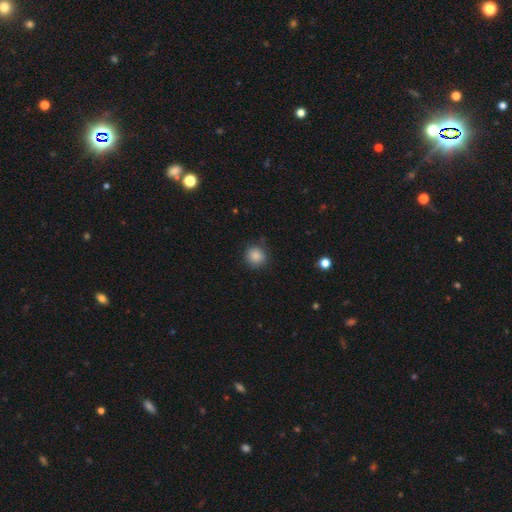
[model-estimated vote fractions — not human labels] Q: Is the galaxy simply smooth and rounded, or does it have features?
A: smooth — 86%.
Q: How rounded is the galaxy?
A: round — 88%.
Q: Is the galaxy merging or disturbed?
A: none — 83%.